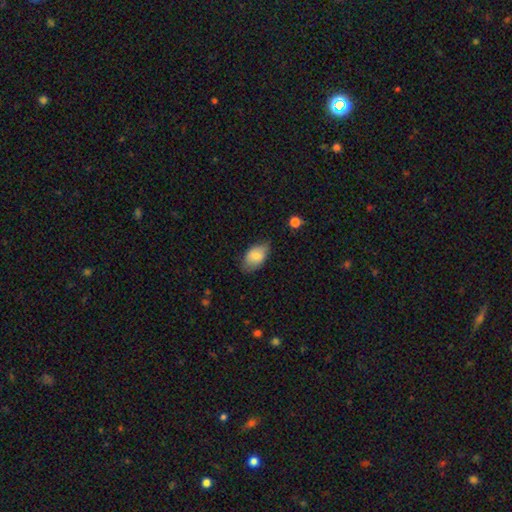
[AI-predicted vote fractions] The model was most divided on "merging": none: 68%, minor disturbance: 25%, major disturbance: 5%, merger: 1%. More confident: how rounded — in between (91%); smooth or featured — smooth (79%).